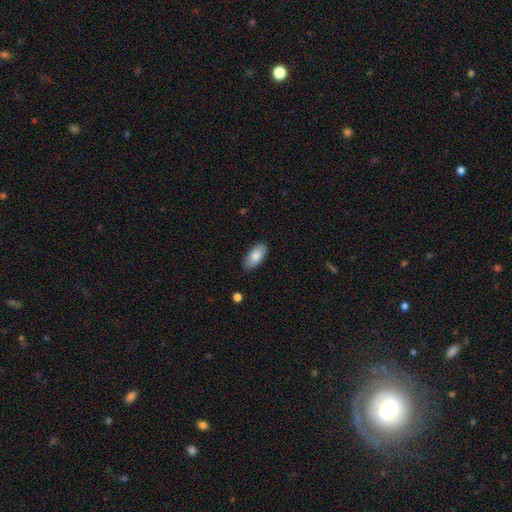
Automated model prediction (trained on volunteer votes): Smooth or featured? Predicted: smooth (p=0.85). How rounded? Predicted: in between (p=0.92). Merging? Predicted: none (p=0.86).